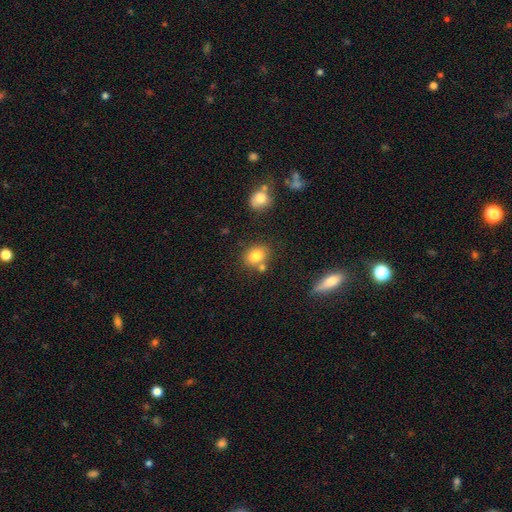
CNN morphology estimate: The model was most divided on "how rounded": in between: 57%, round: 42%, cigar-shaped: 1%. More confident: smooth or featured — smooth (79%); merging — none (66%).